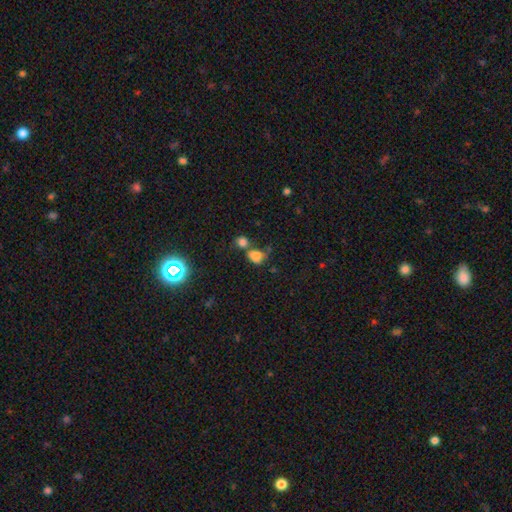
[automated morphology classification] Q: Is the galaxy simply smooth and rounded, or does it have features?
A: smooth — 76%.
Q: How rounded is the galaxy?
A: in between — 63%.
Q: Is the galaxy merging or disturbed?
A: merger — 44%.